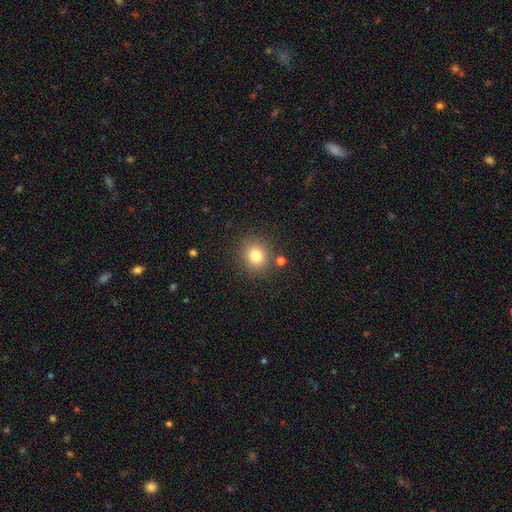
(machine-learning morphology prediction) The model was most divided on "smooth or featured": smooth: 79%, star or artifact: 13%, featured or disk: 8%. More confident: merging — none (84%); how rounded — round (83%).